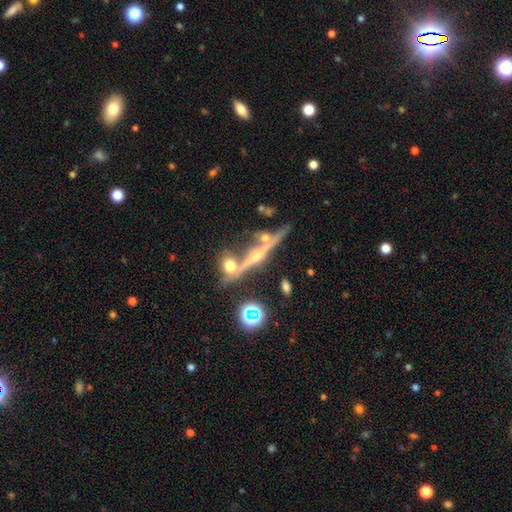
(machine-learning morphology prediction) Smooth or featured?
  - featured or disk: 74% *
  - star or artifact: 13%
  - smooth: 13%
Edge-on disk?
  - yes: 92% *
  - no: 8%
Edge-on bulge?
  - rounded: 78% *
  - none: 15%
  - boxy: 7%
Merging?
  - none: 61% *
  - merger: 20%
  - minor disturbance: 13%
  - major disturbance: 6%